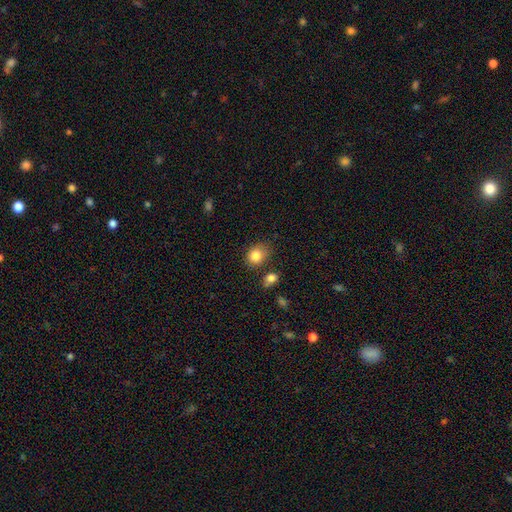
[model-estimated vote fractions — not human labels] smooth-or-featured: smooth: 83% | star or artifact: 10% | featured or disk: 8%
  how-rounded: in between: 50% (tied) | round: 50% (tied) | cigar-shaped: 1%
  merging: none: 70% | minor disturbance: 18% | merger: 7% | major disturbance: 5%